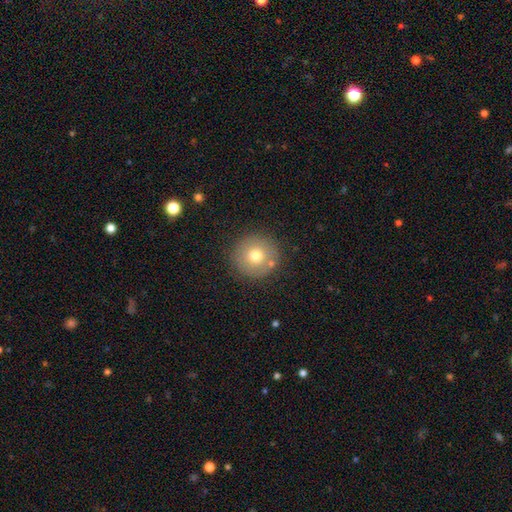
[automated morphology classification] Smooth or featured? smooth (71%)
How rounded? round (96%)
Merging? none (84%)